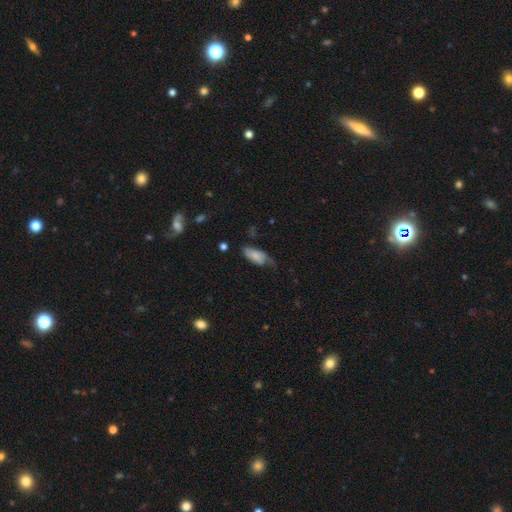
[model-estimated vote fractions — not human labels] Smooth or featured? smooth (69%)
How rounded? in between (88%)
Merging? none (38%, tied with minor disturbance)